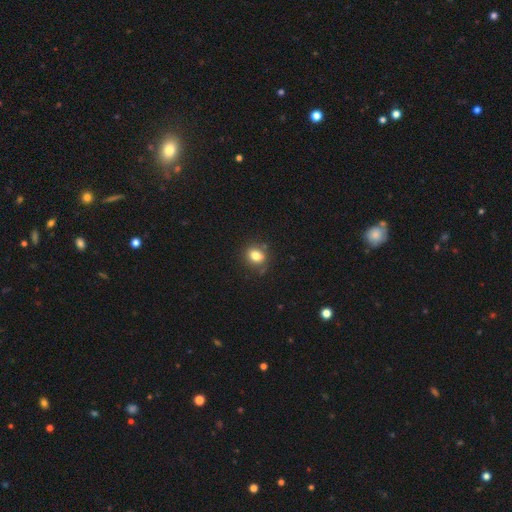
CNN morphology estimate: Smooth or featured?
  - smooth: 80% *
  - star or artifact: 12%
  - featured or disk: 8%
How rounded?
  - round: 62% *
  - in between: 37%
  - cigar-shaped: 1%
Merging?
  - none: 79% *
  - minor disturbance: 14%
  - merger: 4%
  - major disturbance: 3%